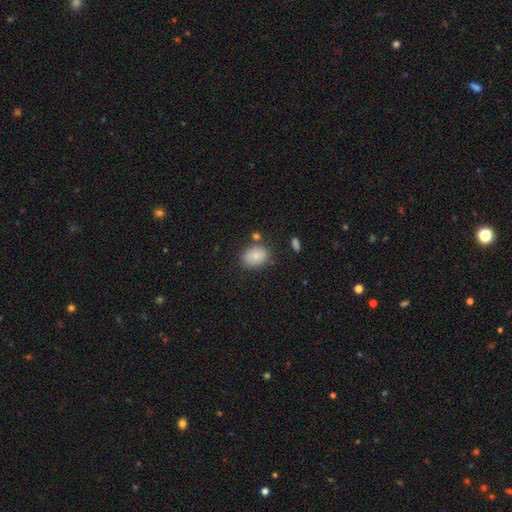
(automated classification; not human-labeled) smooth 81%, featured or disk 10%, star or artifact 8%. Down the decision tree: how rounded — in between (67%); merging — none (73%).